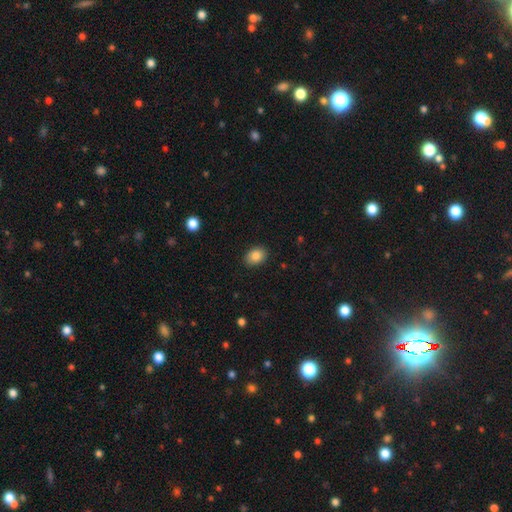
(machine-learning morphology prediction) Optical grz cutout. It shows a smooth galaxy with no disk features (86%) that is in between round and cigar-shaped (74%). Merging: none (88%).